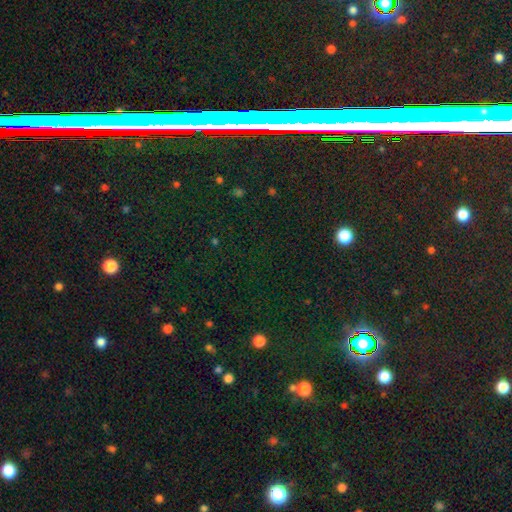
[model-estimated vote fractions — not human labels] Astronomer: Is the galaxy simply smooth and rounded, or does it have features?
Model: star or artifact — 76%.